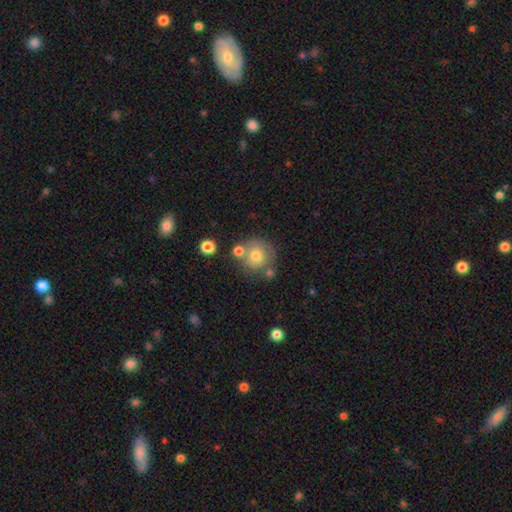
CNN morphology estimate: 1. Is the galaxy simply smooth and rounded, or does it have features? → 69% smooth, 21% featured or disk, 10% star or artifact.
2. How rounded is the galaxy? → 91% round, 8% in between, 1% cigar-shaped.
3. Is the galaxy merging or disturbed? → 61% none, 17% merger, 15% minor disturbance, 6% major disturbance.